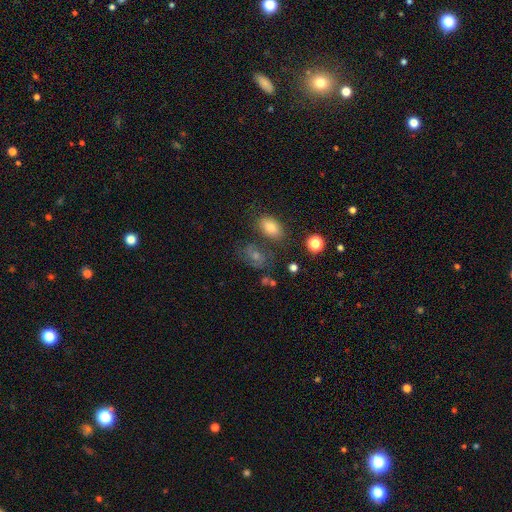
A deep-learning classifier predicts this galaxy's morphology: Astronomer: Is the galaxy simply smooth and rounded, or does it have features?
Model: smooth — 46% (runner-up: featured or disk, 28%).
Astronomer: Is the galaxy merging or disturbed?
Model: none — 62%.